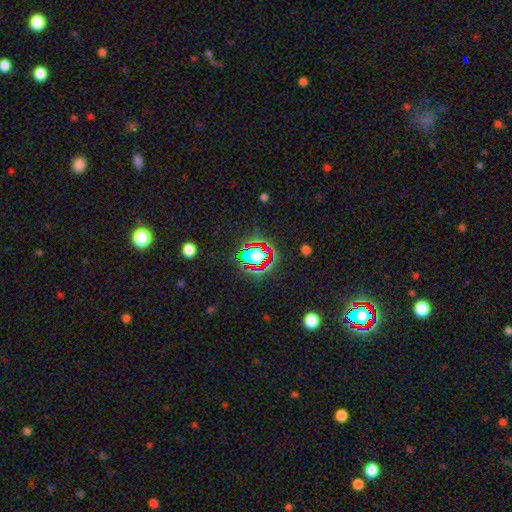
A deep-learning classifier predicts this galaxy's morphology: The model was most divided on "smooth or featured": star or artifact: 62%, smooth: 25%, featured or disk: 13%.